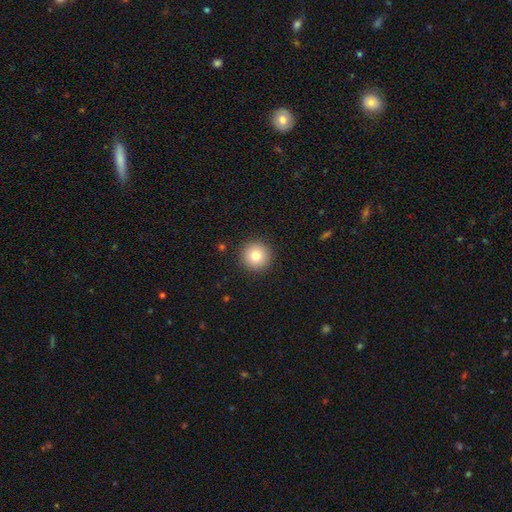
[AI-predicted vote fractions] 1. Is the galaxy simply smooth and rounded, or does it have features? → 82% smooth, 10% star or artifact, 9% featured or disk.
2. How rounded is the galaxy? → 96% round, 3% in between, 1% cigar-shaped.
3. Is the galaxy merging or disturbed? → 91% none, 6% minor disturbance, 2% major disturbance, 1% merger.